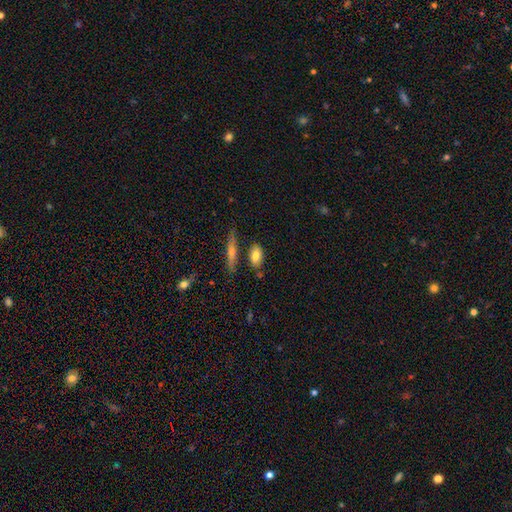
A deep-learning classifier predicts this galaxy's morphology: Overall: smooth (78%). How rounded: in between (84%). Merging: none (74%).